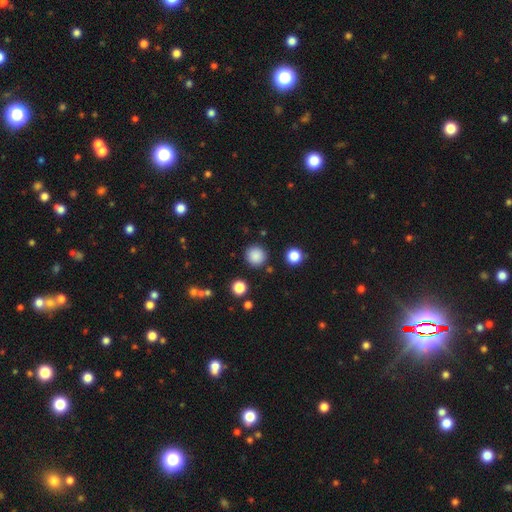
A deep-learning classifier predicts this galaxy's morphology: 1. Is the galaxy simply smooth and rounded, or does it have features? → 86% smooth, 11% star or artifact, 4% featured or disk.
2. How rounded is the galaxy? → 94% round, 5% in between, 1% cigar-shaped.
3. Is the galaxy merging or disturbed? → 89% none, 7% minor disturbance, 2% merger, 2% major disturbance.